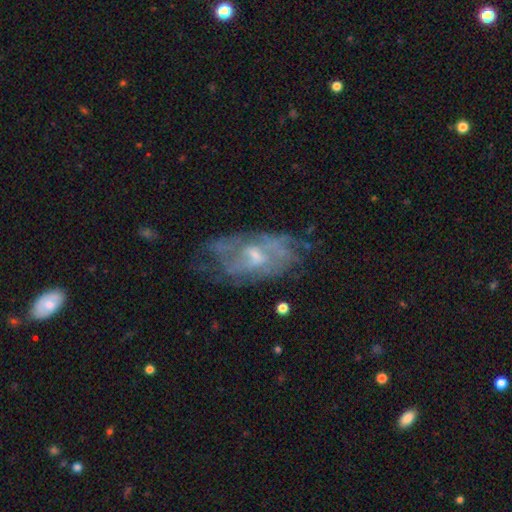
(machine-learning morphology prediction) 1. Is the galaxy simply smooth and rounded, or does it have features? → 71% featured or disk, 20% smooth, 9% star or artifact.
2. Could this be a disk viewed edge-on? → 92% no, 8% yes.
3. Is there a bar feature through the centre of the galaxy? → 55% no, 39% weak, 7% strong.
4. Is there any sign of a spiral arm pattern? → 60% yes, 40% no.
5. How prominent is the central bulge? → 45% small, 44% moderate, 8% none, 3% large, 1% dominant.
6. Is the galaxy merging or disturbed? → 57% none, 24% minor disturbance, 16% major disturbance, 3% merger.